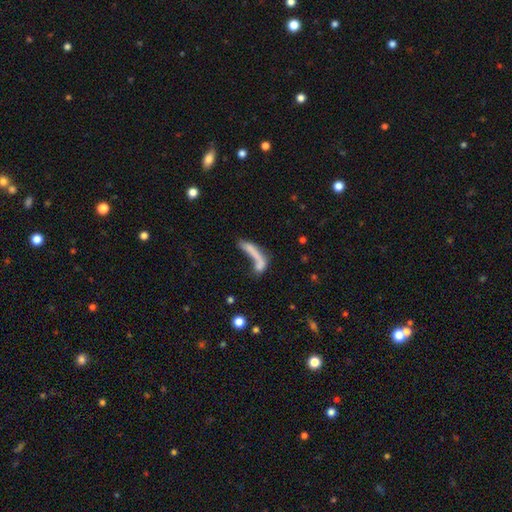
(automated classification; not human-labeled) smooth_or_featured: smooth (p=0.59) [alt: featured or disk p=0.29]
how_rounded: cigar-shaped (p=0.75) [alt: in between p=0.21]
merging: merger (p=0.37) [alt: none p=0.28]